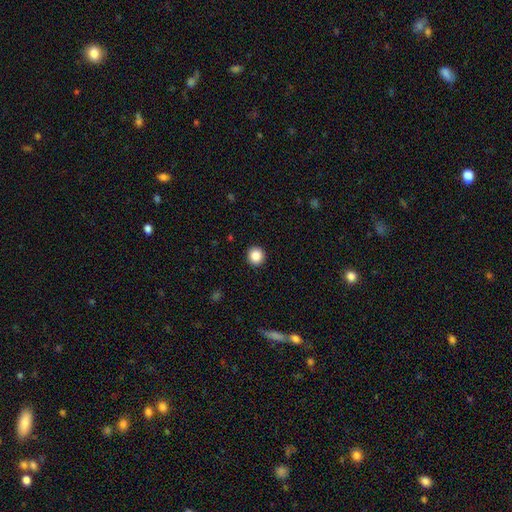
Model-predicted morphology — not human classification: Q: Smooth or featured?
A: smooth (87%); runner-up: star or artifact (9%)
Q: How rounded?
A: round (92%); runner-up: in between (7%)
Q: Merging?
A: none (93%); runner-up: minor disturbance (4%)